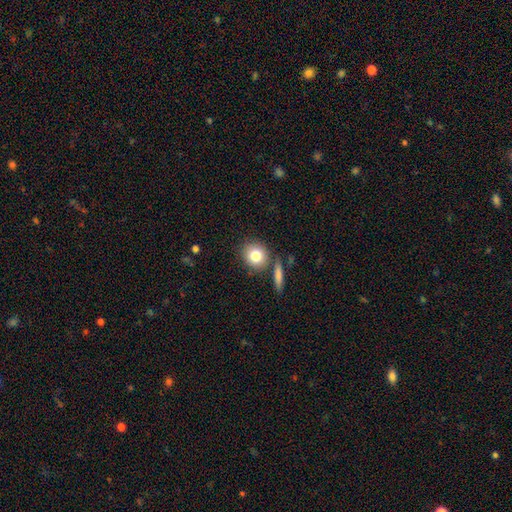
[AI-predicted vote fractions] Smooth or featured: smooth — 81% (featured or disk — 11%)
How rounded: round — 82% (in between — 16%)
Merging: none — 76% (merger — 11%)